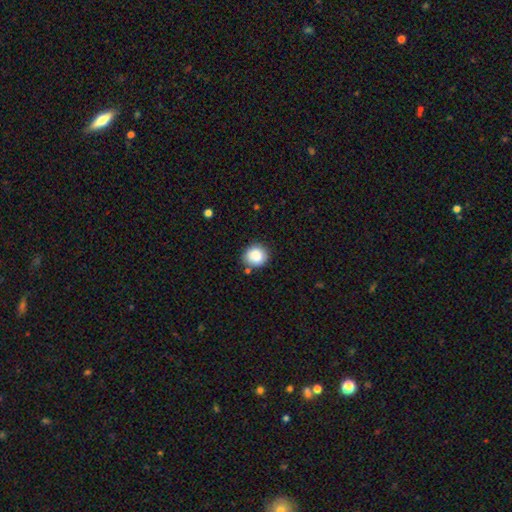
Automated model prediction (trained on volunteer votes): Q: Smooth or featured?
A: smooth (87%); runner-up: star or artifact (8%)
Q: How rounded?
A: round (88%); runner-up: in between (12%)
Q: Merging?
A: none (82%); runner-up: minor disturbance (11%)